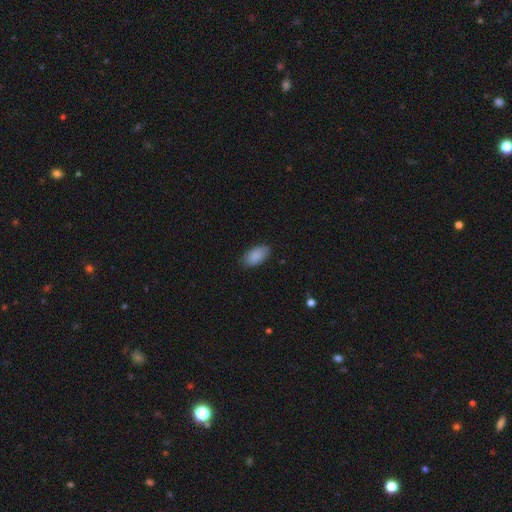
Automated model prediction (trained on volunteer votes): Smooth or featured: smooth — 89% (star or artifact — 6%)
How rounded: in between — 94% (cigar-shaped — 3%)
Merging: none — 84% (minor disturbance — 13%)